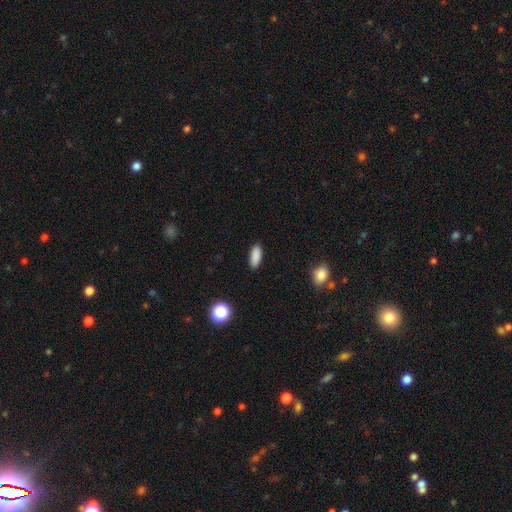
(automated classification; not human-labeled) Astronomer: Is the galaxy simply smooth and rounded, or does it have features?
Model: smooth — 88%.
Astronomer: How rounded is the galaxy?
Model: in between — 76%.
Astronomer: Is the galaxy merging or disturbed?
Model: none — 89%.